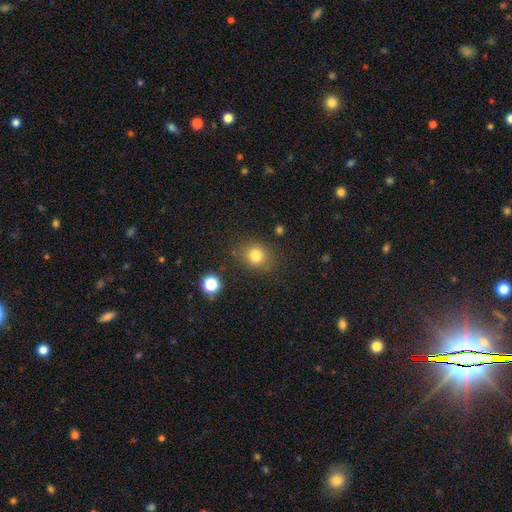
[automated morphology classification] type=smooth (81%); roundness=round (70%); merging=none (80%).